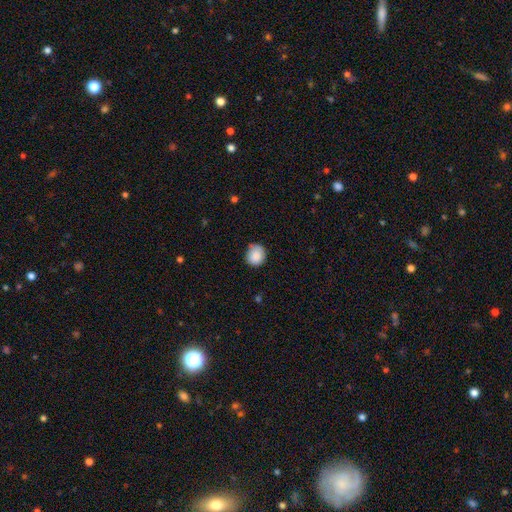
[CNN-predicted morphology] Smooth or featured: smooth — 87% (star or artifact — 8%)
How rounded: round — 84% (in between — 15%)
Merging: none — 75% (minor disturbance — 20%)